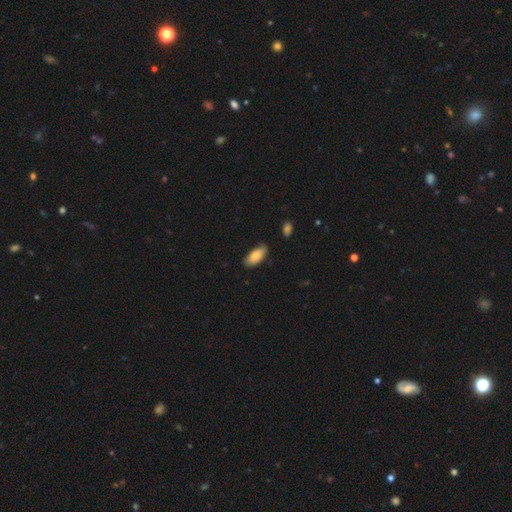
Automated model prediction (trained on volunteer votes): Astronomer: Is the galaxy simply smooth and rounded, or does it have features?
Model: smooth — 85%.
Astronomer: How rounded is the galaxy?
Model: in between — 91%.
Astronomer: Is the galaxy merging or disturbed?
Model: none — 75%.